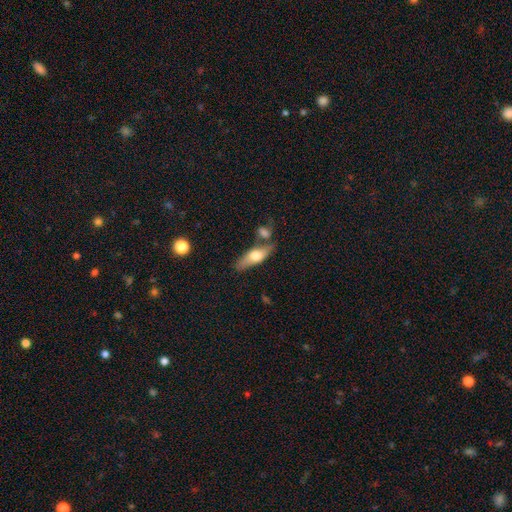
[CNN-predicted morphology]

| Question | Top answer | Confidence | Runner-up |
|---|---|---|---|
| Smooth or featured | smooth | 58% | featured or disk (36%) |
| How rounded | in between | 56% | cigar-shaped (40%) |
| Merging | none | 62% | merger (18%) |